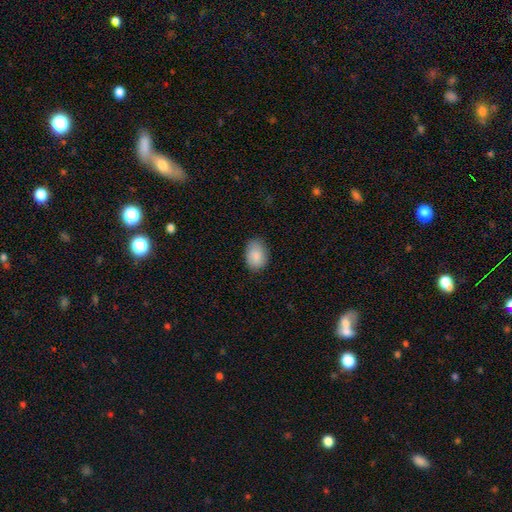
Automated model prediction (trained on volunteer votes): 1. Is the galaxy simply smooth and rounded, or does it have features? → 88% smooth, 7% star or artifact, 6% featured or disk.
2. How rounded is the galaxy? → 81% in between, 18% round, 1% cigar-shaped.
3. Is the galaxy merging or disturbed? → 82% none, 14% minor disturbance, 3% major disturbance, 1% merger.